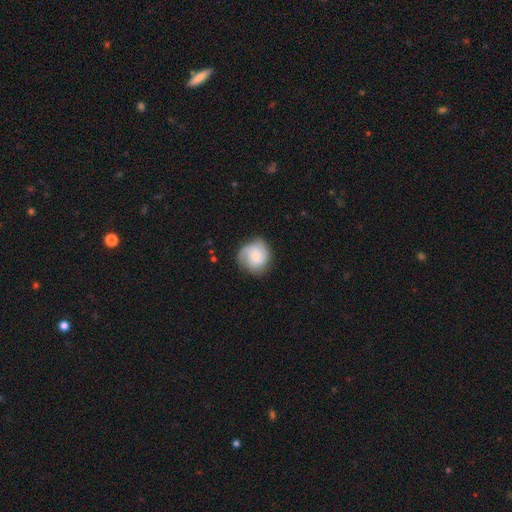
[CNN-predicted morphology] smooth-or-featured: smooth: 49% | featured or disk: 44% | star or artifact: 7%
  merging: none: 71% | minor disturbance: 21% | major disturbance: 7% | merger: 1%